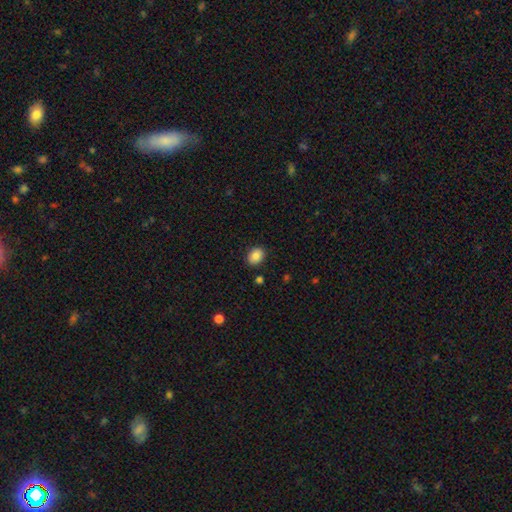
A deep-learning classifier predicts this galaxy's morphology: smooth 86%, star or artifact 9%, featured or disk 5%. Down the decision tree: how rounded — in between (63%); merging — none (87%).